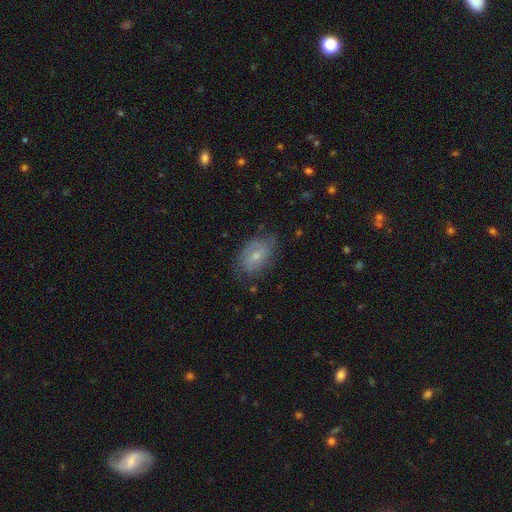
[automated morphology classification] Smooth or featured?
  - featured or disk: 55% *
  - smooth: 37%
  - star or artifact: 8%
Edge-on disk?
  - no: 95% *
  - yes: 5%
Bar?
  - no: 59% *
  - weak: 35%
  - strong: 6%
Spiral arms?
  - yes: 80% *
  - no: 20%
Bulge size?
  - small: 48% *
  - moderate: 45%
  - none: 4%
  - large: 2%
  - dominant: 1%
Merging?
  - none: 66% *
  - minor disturbance: 25%
  - major disturbance: 8%
  - merger: 2%